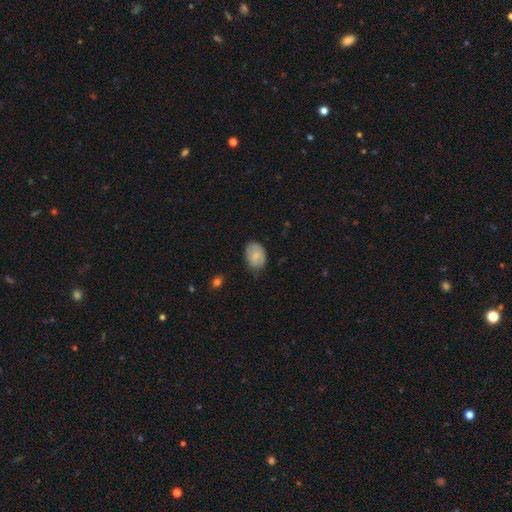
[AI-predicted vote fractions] smooth 79%, featured or disk 14%, star or artifact 7%. Down the decision tree: how rounded — in between (77%); merging — none (70%).